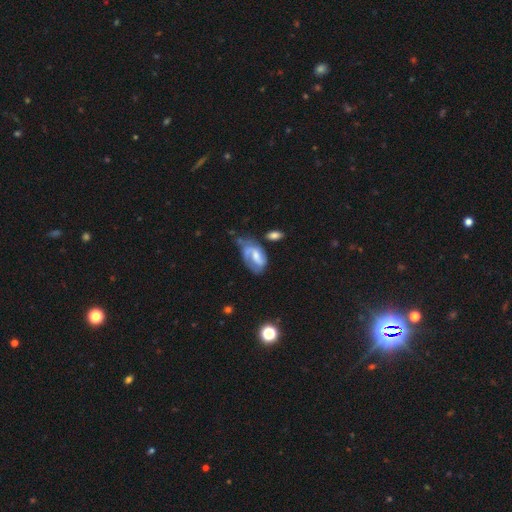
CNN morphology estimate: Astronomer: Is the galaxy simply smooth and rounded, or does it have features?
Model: featured or disk — 62%.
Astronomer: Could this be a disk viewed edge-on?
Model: no — 96%.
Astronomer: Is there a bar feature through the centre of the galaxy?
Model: weak — 44% (runner-up: no, 40%).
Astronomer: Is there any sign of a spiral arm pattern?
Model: yes — 81%.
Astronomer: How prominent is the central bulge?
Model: moderate — 37% (runner-up: small, 33%).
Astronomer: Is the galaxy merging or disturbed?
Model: none — 36% (runner-up: minor disturbance, 28%).